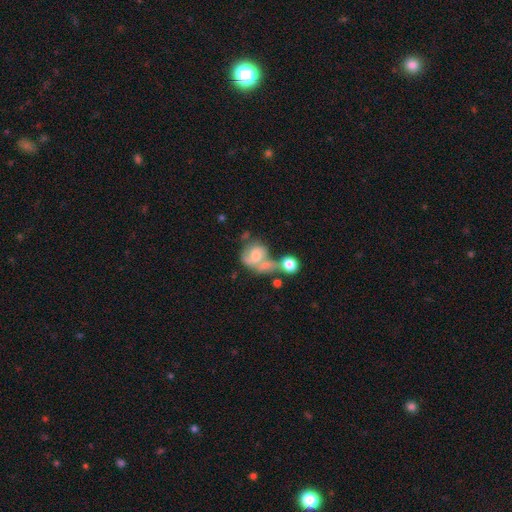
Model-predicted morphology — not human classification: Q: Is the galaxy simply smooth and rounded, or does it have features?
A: featured or disk — 52%.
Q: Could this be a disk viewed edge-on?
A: no — 97%.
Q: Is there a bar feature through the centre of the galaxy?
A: no — 71%.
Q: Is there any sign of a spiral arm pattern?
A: yes — 66%.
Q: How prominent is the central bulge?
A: moderate — 54%.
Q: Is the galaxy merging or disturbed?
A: merger — 51%.